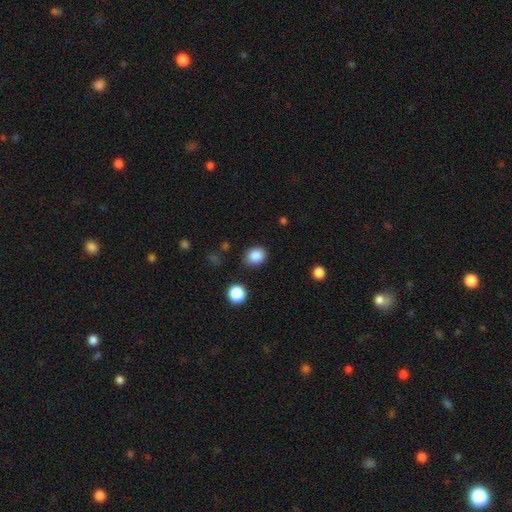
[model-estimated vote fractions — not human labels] Smooth or featured?
  - smooth: 86% *
  - star or artifact: 10%
  - featured or disk: 4%
How rounded?
  - round: 56% *
  - in between: 44%
  - cigar-shaped: 1%
Merging?
  - none: 83% *
  - minor disturbance: 11%
  - major disturbance: 3%
  - merger: 3%